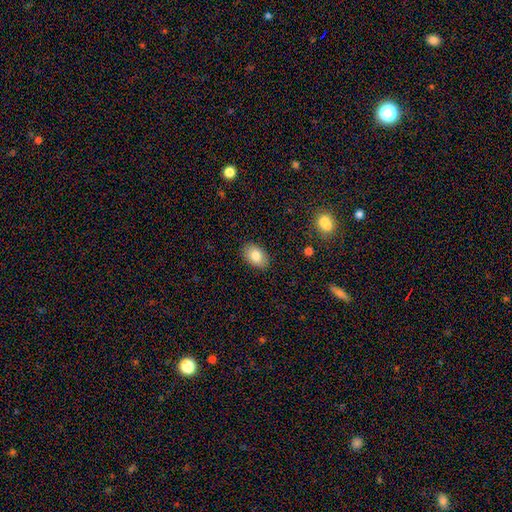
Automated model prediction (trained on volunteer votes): A smooth galaxy with no disk features (82%) that is in between round and cigar-shaped (86%). Merging: none (88%).